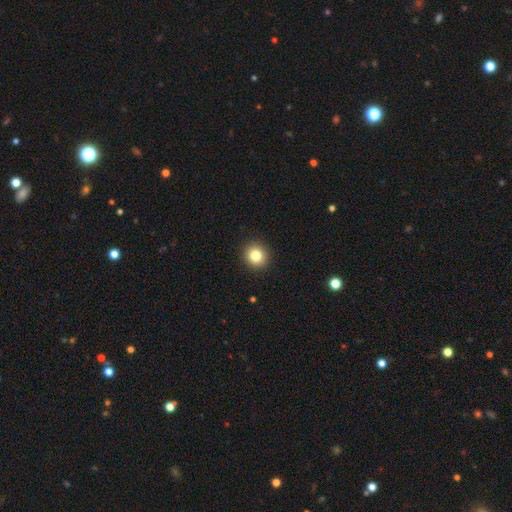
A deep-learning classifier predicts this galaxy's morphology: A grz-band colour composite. It shows a smooth galaxy with no disk features (82%) that is round (91%). Merging: none (92%).